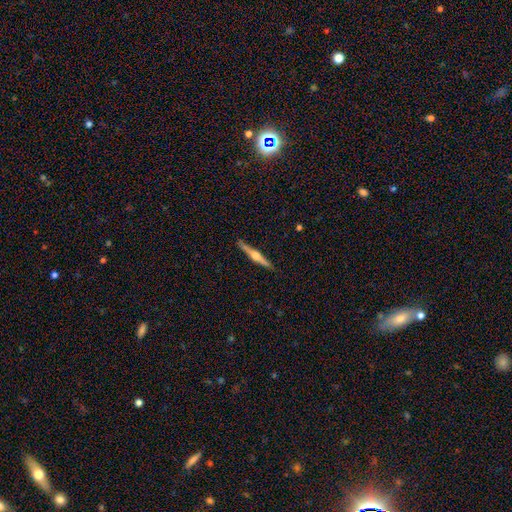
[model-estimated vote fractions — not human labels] smooth_or_featured: featured or disk (p=0.75) [alt: smooth p=0.20]
disk_edge_on: yes (p=0.98) [alt: no p=0.02]
edge_on_bulge: rounded (p=0.90) [alt: boxy p=0.07]
merging: none (p=0.90) [alt: minor disturbance p=0.07]